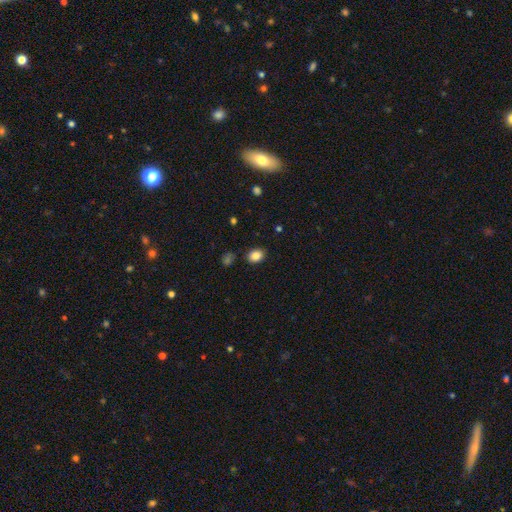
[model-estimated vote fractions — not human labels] smooth-or-featured: smooth: 85% | star or artifact: 10% | featured or disk: 5%
  how-rounded: in between: 66% | round: 33% | cigar-shaped: 1%
  merging: none: 84% | minor disturbance: 10% | major disturbance: 3% | merger: 3%